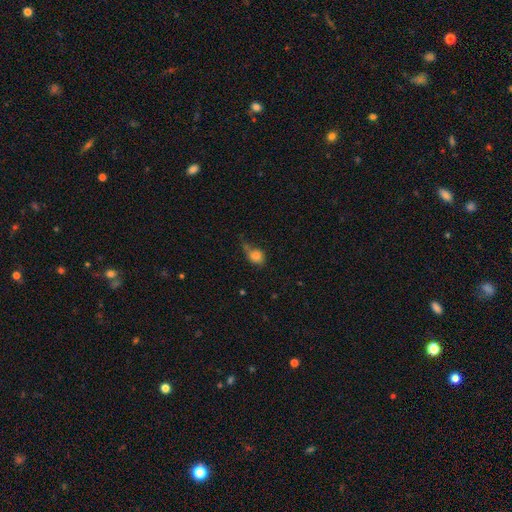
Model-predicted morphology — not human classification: Smooth or featured? smooth (74%)
How rounded? round (50%)
Merging? minor disturbance (33%)